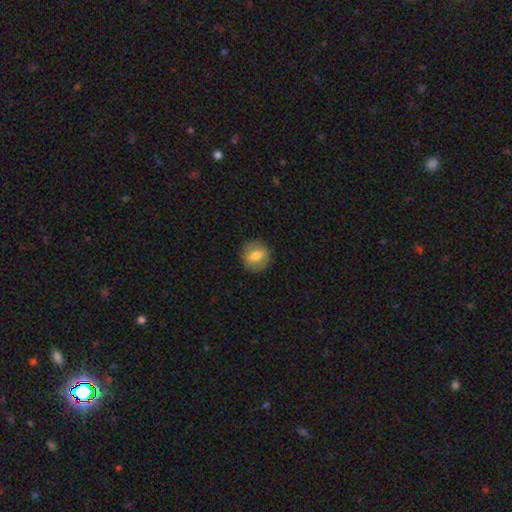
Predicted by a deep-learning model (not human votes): smooth 65%, featured or disk 27%, star or artifact 8%. Down the decision tree: how rounded — round (81%); merging — none (87%).